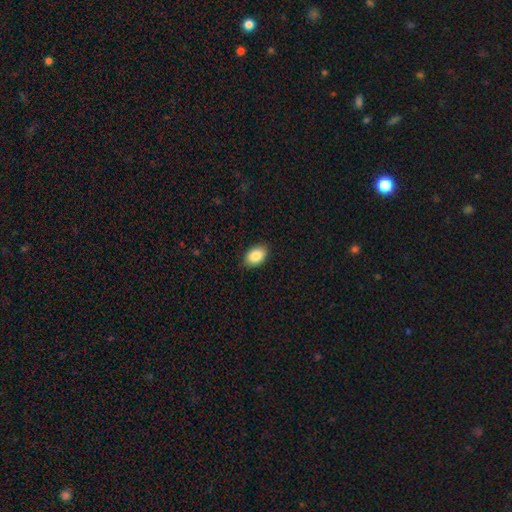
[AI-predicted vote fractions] Morphology: type=smooth (85%); roundness=in between (88%); merging=none (88%).